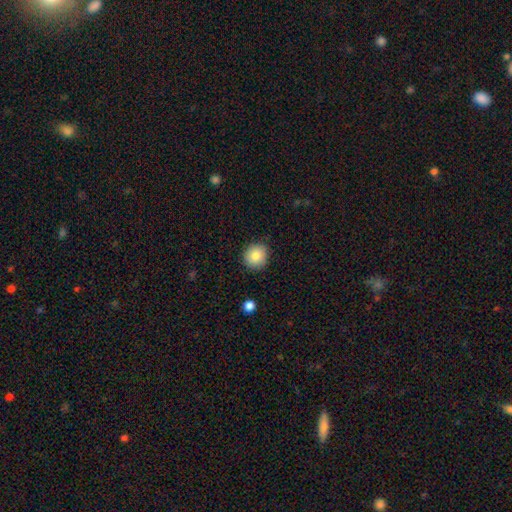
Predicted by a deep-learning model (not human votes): Smooth or featured: smooth — 84% (star or artifact — 9%)
How rounded: round — 89% (in between — 11%)
Merging: none — 88% (minor disturbance — 9%)